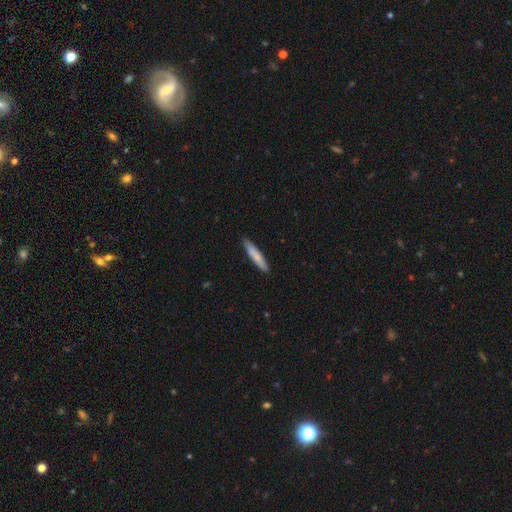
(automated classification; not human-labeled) Q: Smooth or featured?
A: smooth (77%); runner-up: featured or disk (18%)
Q: How rounded?
A: cigar-shaped (91%); runner-up: in between (8%)
Q: Merging?
A: none (90%); runner-up: minor disturbance (8%)